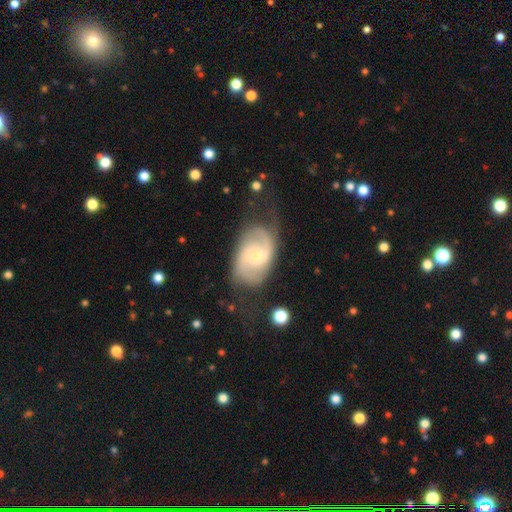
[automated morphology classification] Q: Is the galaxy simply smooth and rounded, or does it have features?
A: featured or disk — 75%.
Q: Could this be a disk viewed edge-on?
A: no — 96%.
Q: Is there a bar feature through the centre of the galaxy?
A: no — 49%.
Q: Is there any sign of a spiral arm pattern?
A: yes — 92%.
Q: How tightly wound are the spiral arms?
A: medium — 46%.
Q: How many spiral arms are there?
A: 2 — 78%.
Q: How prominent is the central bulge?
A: small — 59%.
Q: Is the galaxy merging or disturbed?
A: none — 57%.